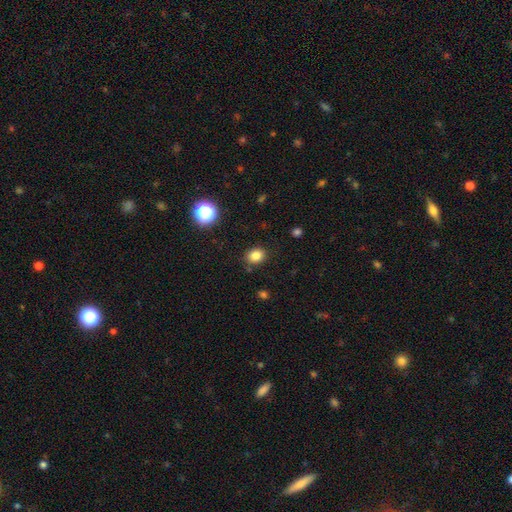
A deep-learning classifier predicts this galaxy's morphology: This appears to be a smooth galaxy with no disk features (82%) that is round (57%). Merging: none (85%).